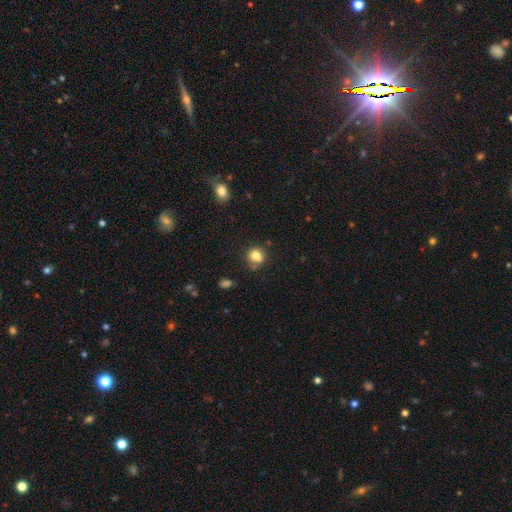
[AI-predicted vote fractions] Smooth or featured? Predicted: smooth (p=0.80). How rounded? Predicted: round (p=0.77). Merging? Predicted: none (p=0.61).